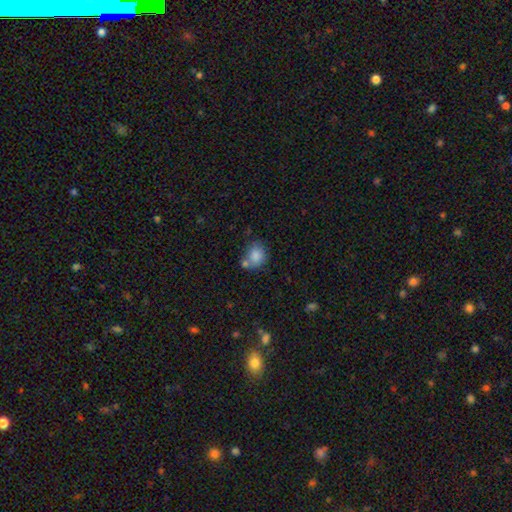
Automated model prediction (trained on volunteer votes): smooth-or-featured: smooth: 84% | star or artifact: 9% | featured or disk: 7%
  how-rounded: round: 57% | in between: 42% | cigar-shaped: 1%
  merging: none: 51% | merger: 26% | minor disturbance: 17% | major disturbance: 6%